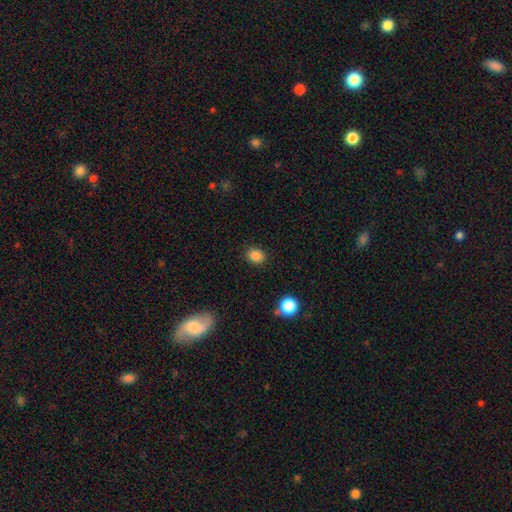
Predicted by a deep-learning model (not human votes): Smooth or featured? smooth (85%)
How rounded? round (65%)
Merging? none (87%)